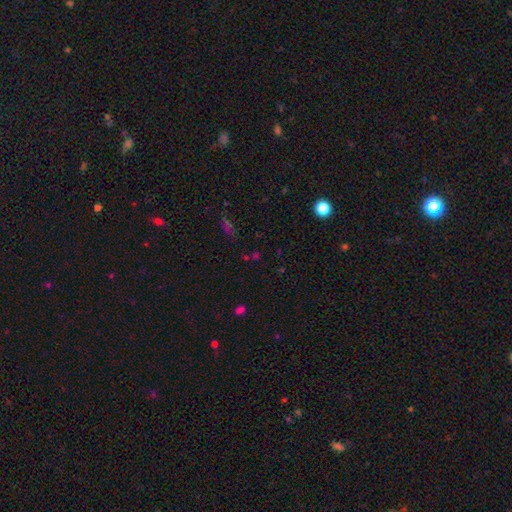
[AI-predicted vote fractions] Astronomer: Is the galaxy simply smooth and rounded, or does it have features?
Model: star or artifact — 52% (runner-up: smooth, 40%).